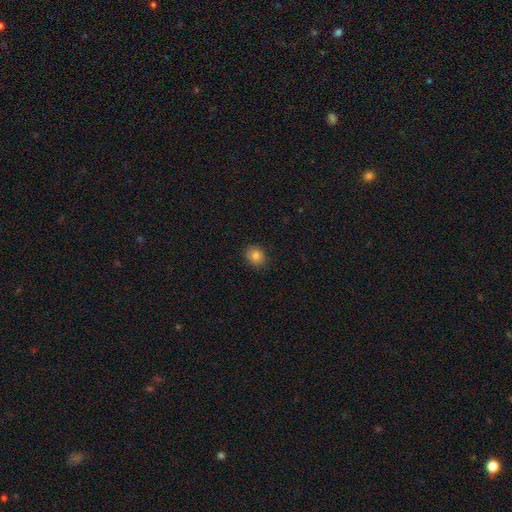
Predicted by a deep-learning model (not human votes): Overall: smooth (82%). How rounded: round (69%; in between 30%). Merging: none (87%).